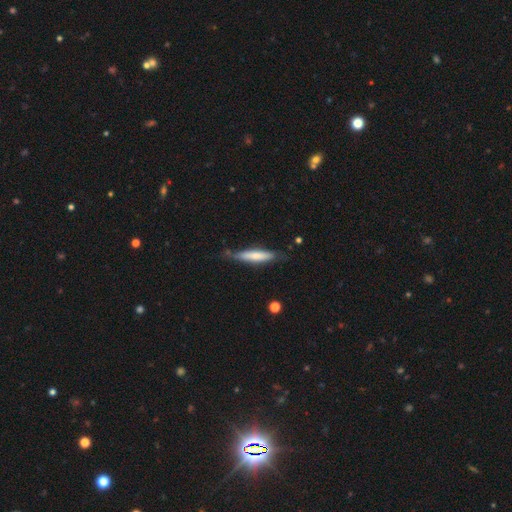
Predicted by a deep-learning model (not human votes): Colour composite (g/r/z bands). It shows a smooth galaxy with no disk features (63%) that is cigar-shaped (85%). Merging: none (71%).